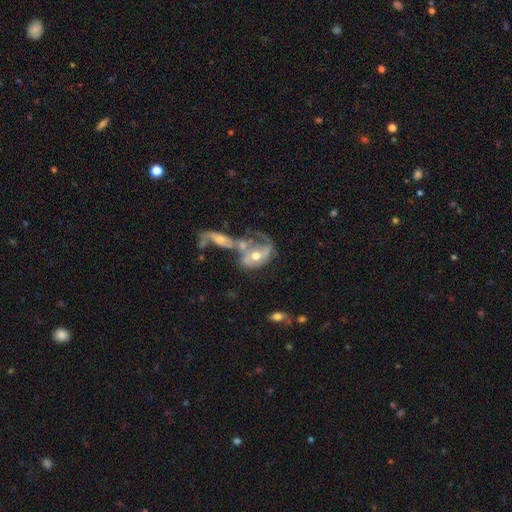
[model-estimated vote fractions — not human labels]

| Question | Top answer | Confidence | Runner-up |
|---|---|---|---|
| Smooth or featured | featured or disk | 64% | smooth (28%) |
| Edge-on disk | no | 94% | yes (6%) |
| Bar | no | 69% | weak (24%) |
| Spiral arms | yes | 65% | no (35%) |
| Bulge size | moderate | 71% | small (15%) |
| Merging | merger | 62% | major disturbance (16%) |